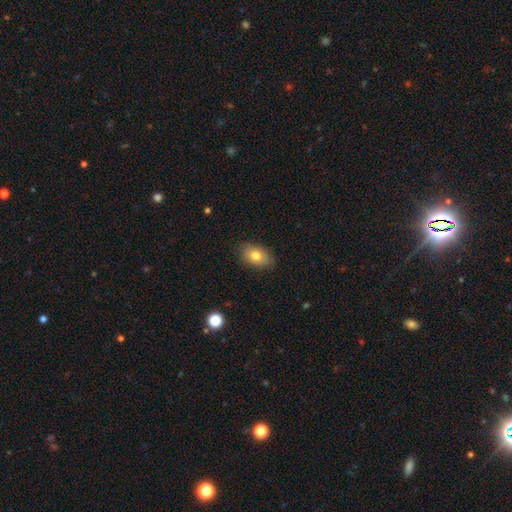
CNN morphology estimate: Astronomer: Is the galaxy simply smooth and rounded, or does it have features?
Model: smooth — 78%.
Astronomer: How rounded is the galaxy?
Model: in between — 86%.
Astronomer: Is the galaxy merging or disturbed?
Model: none — 85%.